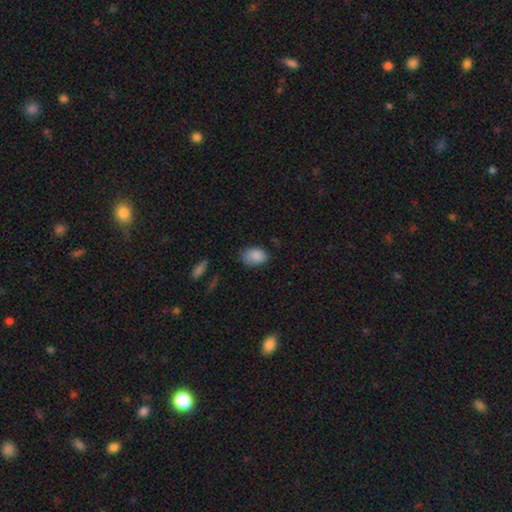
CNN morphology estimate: Smooth or featured? Predicted: smooth (p=0.87). How rounded? Predicted: in between (p=0.81). Merging? Predicted: none (p=0.69).